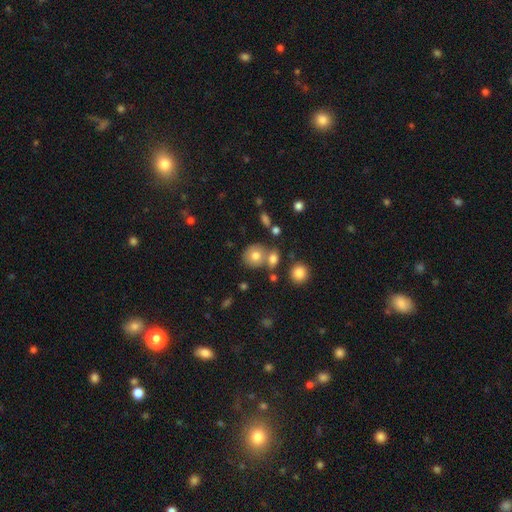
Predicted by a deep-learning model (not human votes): The model was most divided on "merging": none: 60%, merger: 26%, minor disturbance: 10%, major disturbance: 4%. More confident: how rounded — round (82%); smooth or featured — smooth (76%).